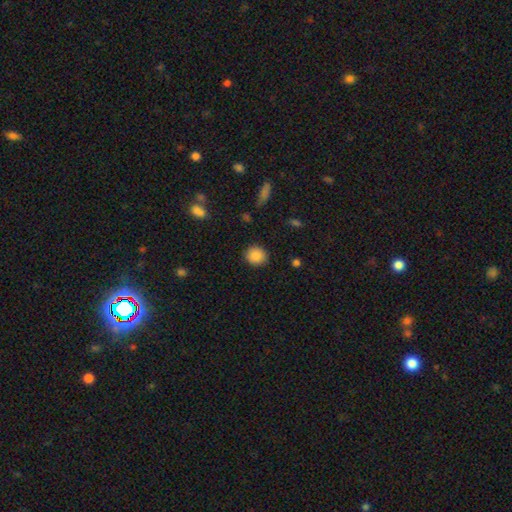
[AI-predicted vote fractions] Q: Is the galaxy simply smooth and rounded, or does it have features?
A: smooth — 88%.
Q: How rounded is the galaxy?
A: round — 87%.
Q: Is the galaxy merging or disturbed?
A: none — 89%.